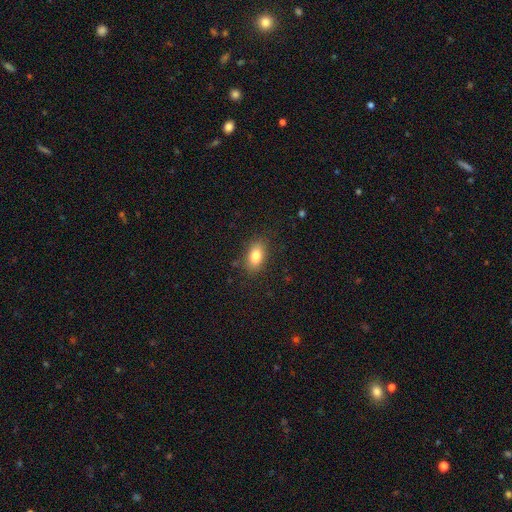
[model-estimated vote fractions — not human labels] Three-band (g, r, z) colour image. It shows a smooth galaxy with no disk features (83%) that is in between round and cigar-shaped (89%). Merging: none (85%).